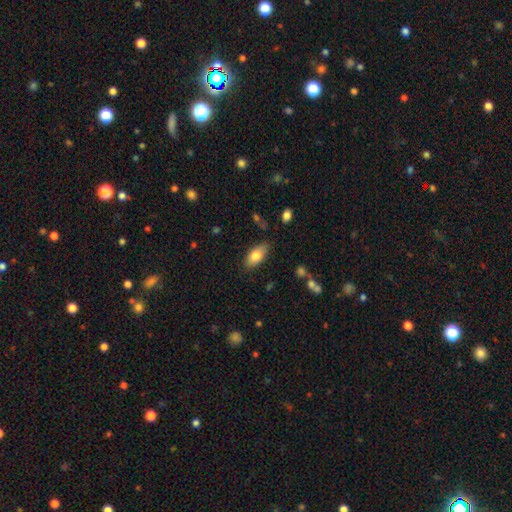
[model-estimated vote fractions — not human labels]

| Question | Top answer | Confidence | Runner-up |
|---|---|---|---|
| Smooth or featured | smooth | 79% | featured or disk (14%) |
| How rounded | in between | 89% | cigar-shaped (8%) |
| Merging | none | 79% | minor disturbance (16%) |